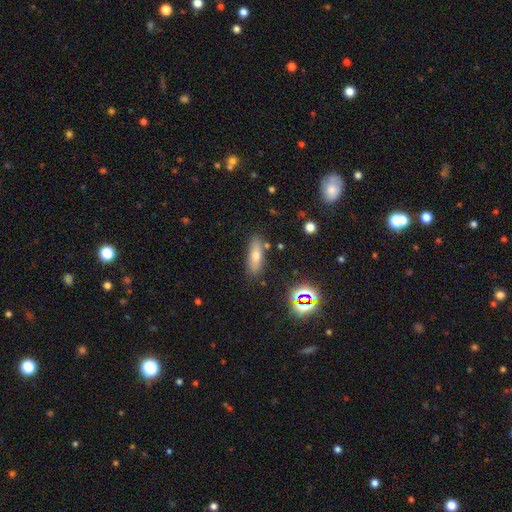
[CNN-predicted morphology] The model was most divided on "how rounded": in between: 49%, cigar-shaped: 47%, round: 4%. More confident: merging — none (81%); smooth or featured — smooth (66%).